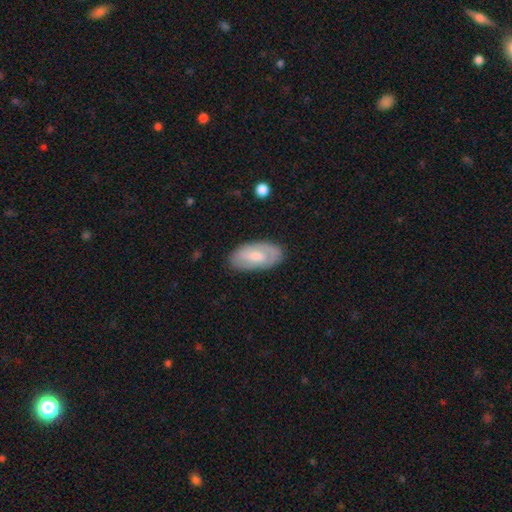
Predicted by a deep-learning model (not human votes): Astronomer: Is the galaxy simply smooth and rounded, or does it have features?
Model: featured or disk — 50% (runner-up: smooth, 45%).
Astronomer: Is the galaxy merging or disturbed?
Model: none — 82%.